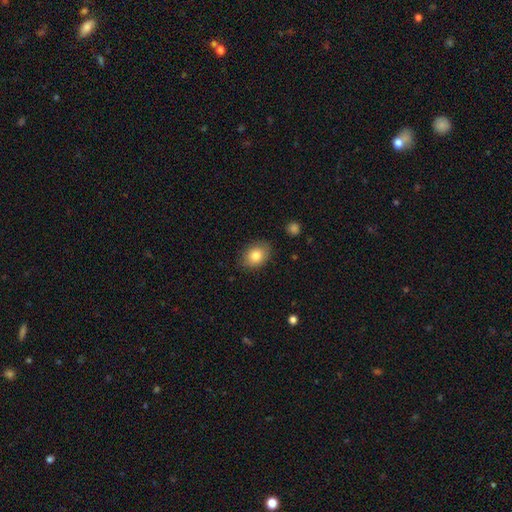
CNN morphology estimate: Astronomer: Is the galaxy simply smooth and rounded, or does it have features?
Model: smooth — 81%.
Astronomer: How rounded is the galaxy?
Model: in between — 65%.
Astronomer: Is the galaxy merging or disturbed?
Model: none — 83%.